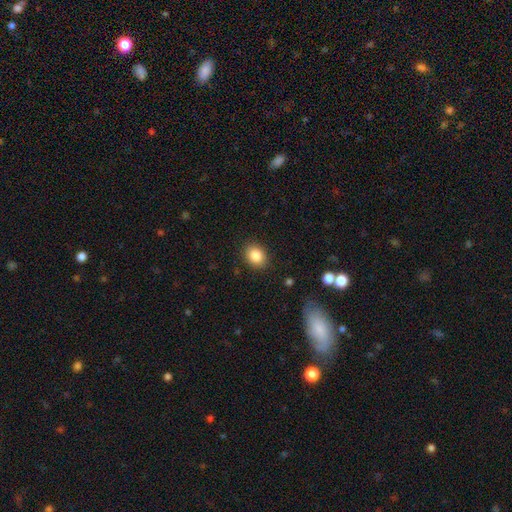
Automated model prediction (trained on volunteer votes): This appears to be a smooth galaxy with no disk features (86%) that is in between round and cigar-shaped (56%). Merging: none (87%).